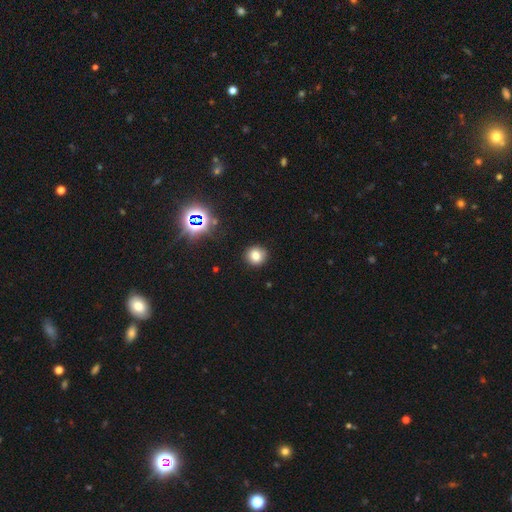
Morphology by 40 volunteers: type=smooth (78%); roundness=round (84%); merging=none (97%).